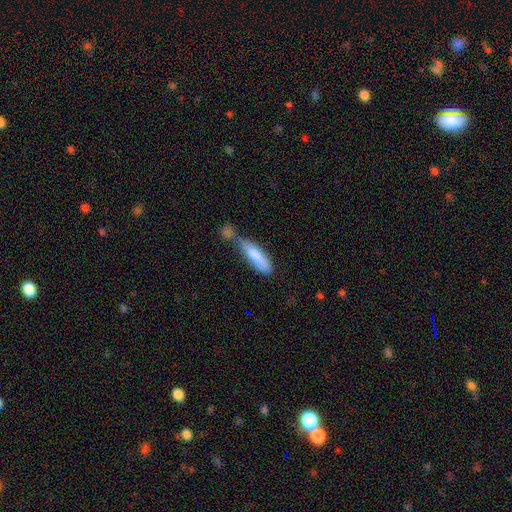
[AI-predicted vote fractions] smooth_or_featured: smooth (p=0.77) [alt: featured or disk p=0.17]
how_rounded: cigar-shaped (p=0.61) [alt: in between p=0.37]
merging: merger (p=0.39) [alt: none p=0.32]